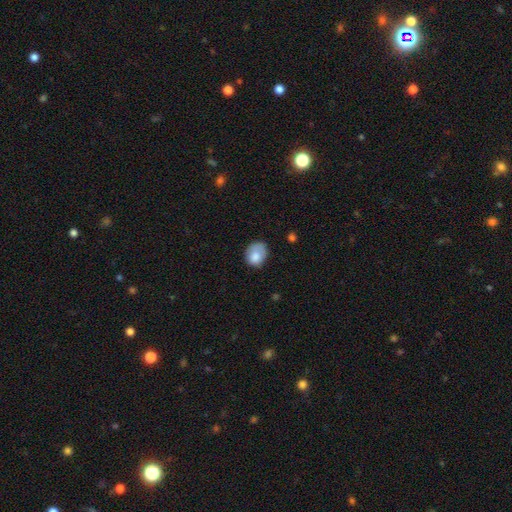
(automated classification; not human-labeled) A smooth galaxy with no disk features (80%) that is round (54%). Merging: none (53%).